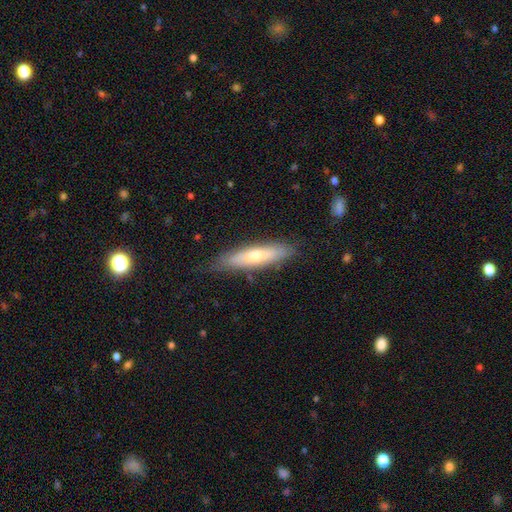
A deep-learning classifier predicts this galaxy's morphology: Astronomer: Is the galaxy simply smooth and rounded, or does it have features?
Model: smooth — 60%.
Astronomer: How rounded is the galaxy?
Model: cigar-shaped — 79%.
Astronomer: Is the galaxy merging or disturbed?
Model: none — 80%.